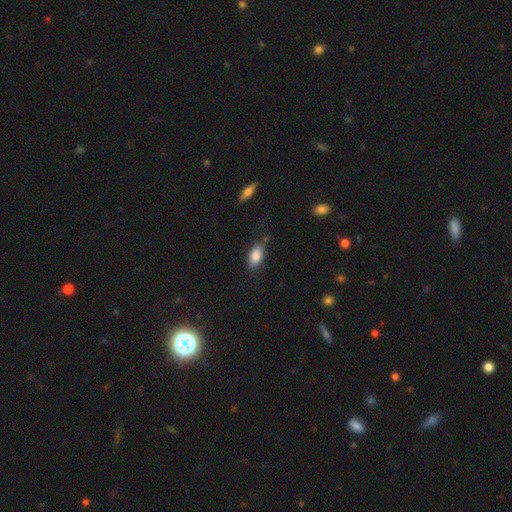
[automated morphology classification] Smooth or featured? Predicted: smooth (p=0.85). How rounded? Predicted: in between (p=0.89). Merging? Predicted: none (p=0.73).